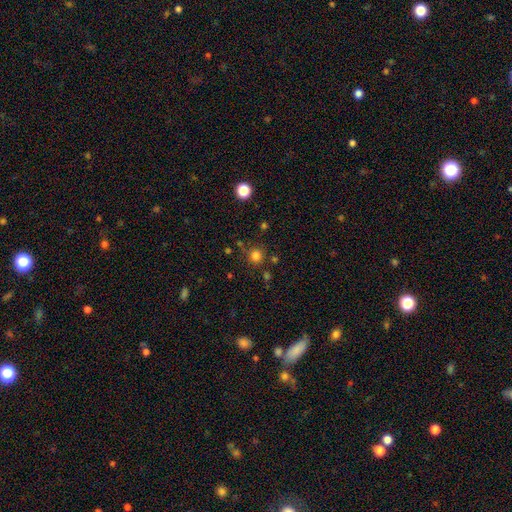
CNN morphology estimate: Smooth or featured: smooth — 80% (star or artifact — 15%)
How rounded: round — 93% (in between — 6%)
Merging: none — 81% (minor disturbance — 9%)